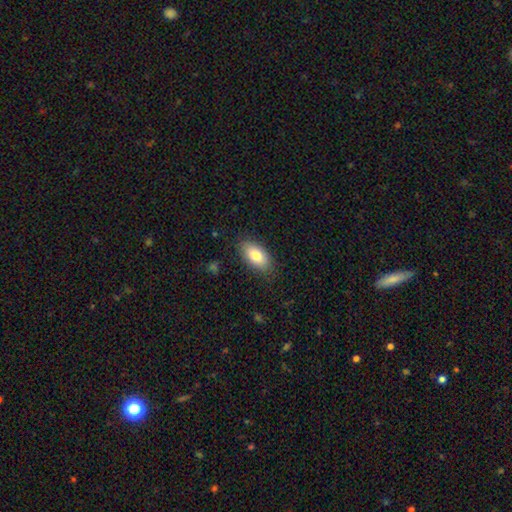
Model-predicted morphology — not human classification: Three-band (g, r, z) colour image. It shows a smooth galaxy with no disk features (80%) that is in between round and cigar-shaped (91%). Merging: none (85%).